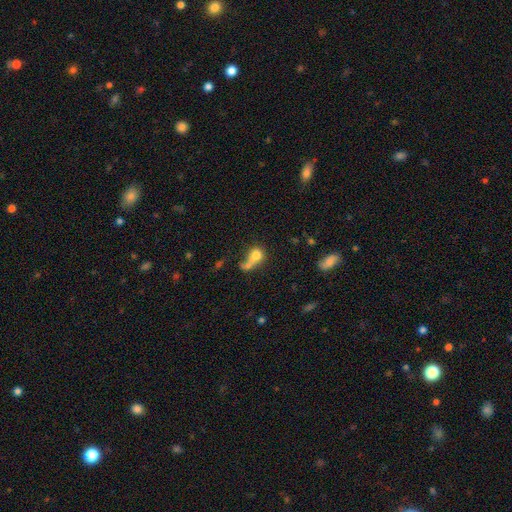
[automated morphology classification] The model was most divided on "merging": merger: 55%, none: 26%, minor disturbance: 10%, major disturbance: 9%. More confident: smooth or featured — smooth (73%); how rounded — round (68%).